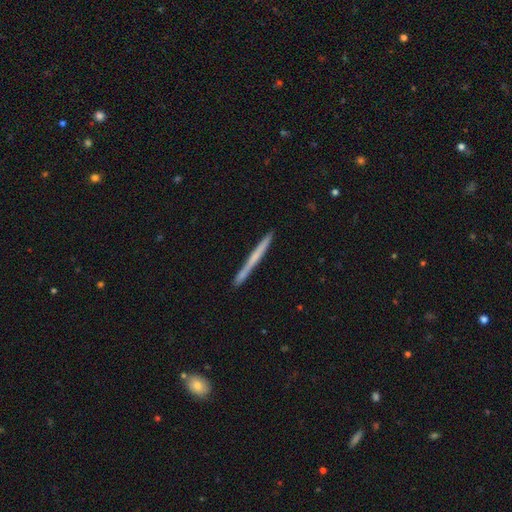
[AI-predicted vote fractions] Morphology: type=smooth (49%); merging=none (89%).